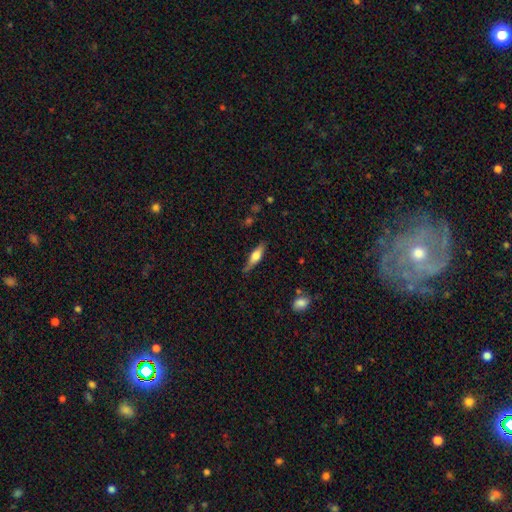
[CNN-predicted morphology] A smooth galaxy with no disk features (49%).

Vote fractions:
- Smooth or featured? smooth: 49% / featured or disk: 45% / star or artifact: 6%
- Merging? none: 76% / minor disturbance: 19% / major disturbance: 4% / merger: 2%